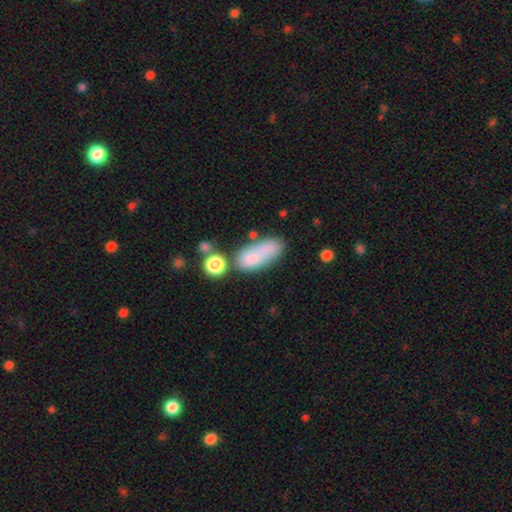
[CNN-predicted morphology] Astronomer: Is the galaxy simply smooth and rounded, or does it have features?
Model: smooth — 74%.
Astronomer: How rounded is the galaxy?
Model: in between — 79%.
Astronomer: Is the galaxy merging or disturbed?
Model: none — 39% (runner-up: merger, 26%).